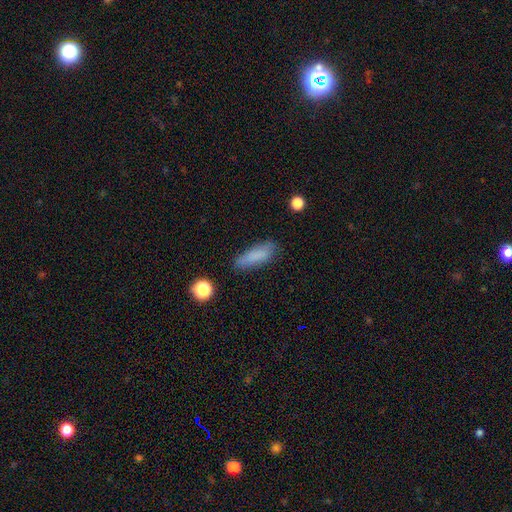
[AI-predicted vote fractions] This is clearly a smooth galaxy (82%). How rounded: possibly cigar-shaped (57%). Merging: likely none (76%).